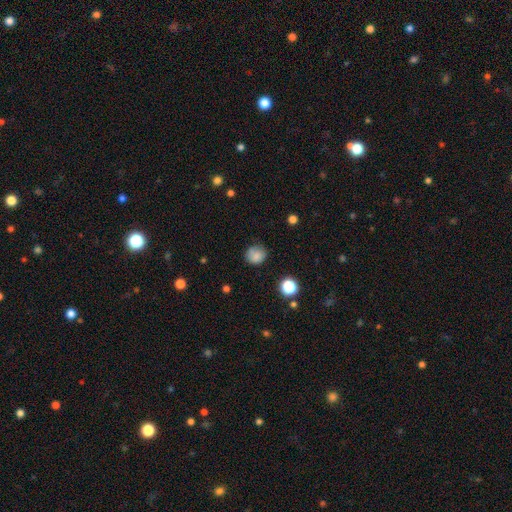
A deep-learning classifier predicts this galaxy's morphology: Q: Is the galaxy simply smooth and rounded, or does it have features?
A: smooth — 80%.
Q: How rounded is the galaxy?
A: round — 82%.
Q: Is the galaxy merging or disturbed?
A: none — 70%.